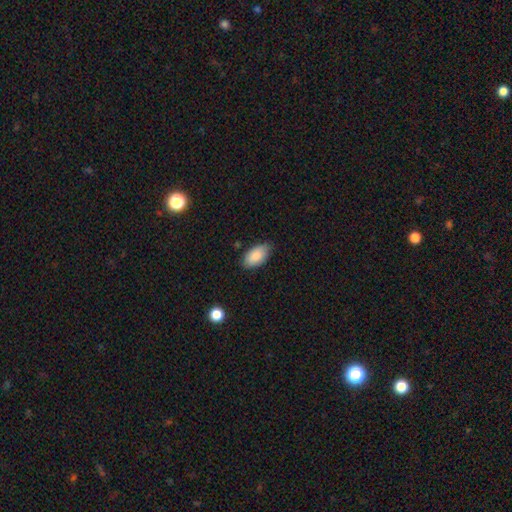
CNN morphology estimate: This appears to be a smooth galaxy with no disk features (87%) that is in between round and cigar-shaped (94%). Merging: none (76%).